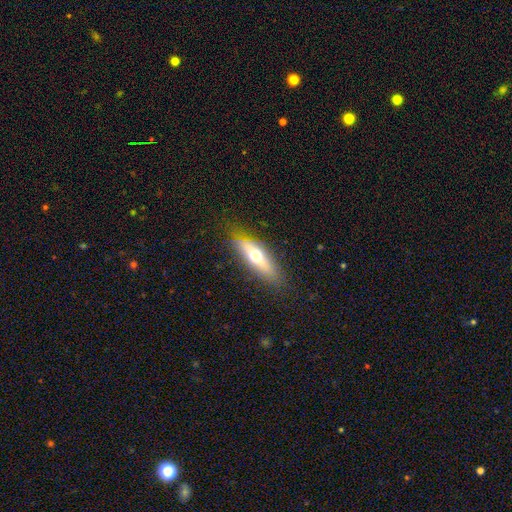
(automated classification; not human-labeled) This appears to be a smooth galaxy with no disk features (51%) that is cigar-shaped (52%). Merging: none (80%).